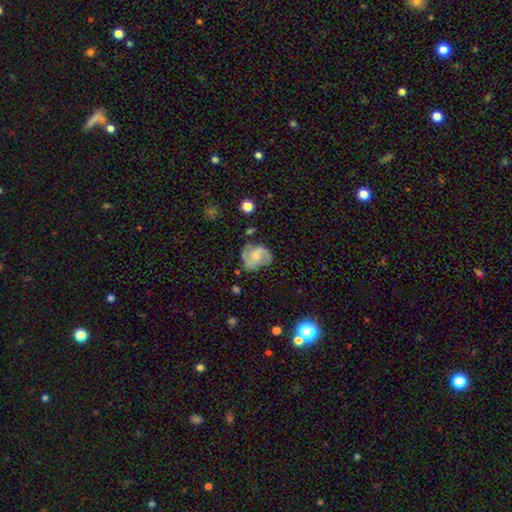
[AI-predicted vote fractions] Smooth or featured: featured or disk — 69% (smooth — 23%)
Edge-on disk: no — 98% (yes — 2%)
Bar: no — 57% (weak — 36%)
Spiral arms: yes — 91% (no — 9%)
Spiral winding: medium — 50% (loose — 25%)
Spiral arm count: 2 — 71% (3 — 12%)
Bulge size: small — 43% (moderate — 29%)
Merging: none — 55% (minor disturbance — 26%)